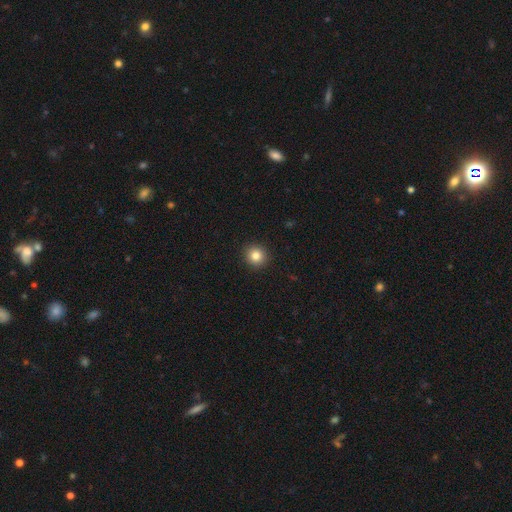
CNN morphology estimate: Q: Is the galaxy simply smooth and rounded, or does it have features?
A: smooth — 84%.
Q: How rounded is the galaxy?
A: round — 92%.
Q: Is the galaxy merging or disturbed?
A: none — 93%.